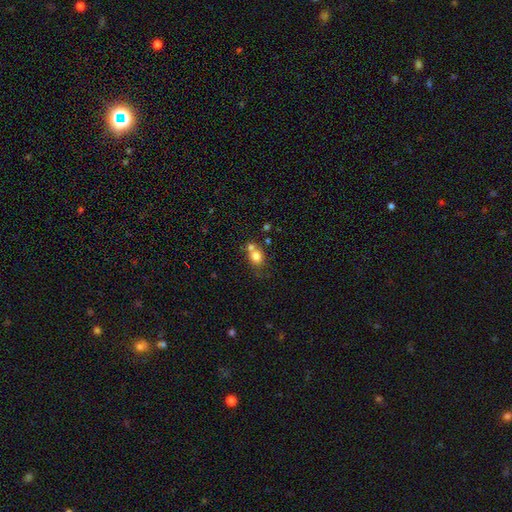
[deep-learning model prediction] smooth_or_featured: smooth (p=0.78) [alt: star or artifact p=0.11]
how_rounded: round (p=0.70) [alt: in between p=0.29]
merging: none (p=0.45) [alt: merger p=0.38]